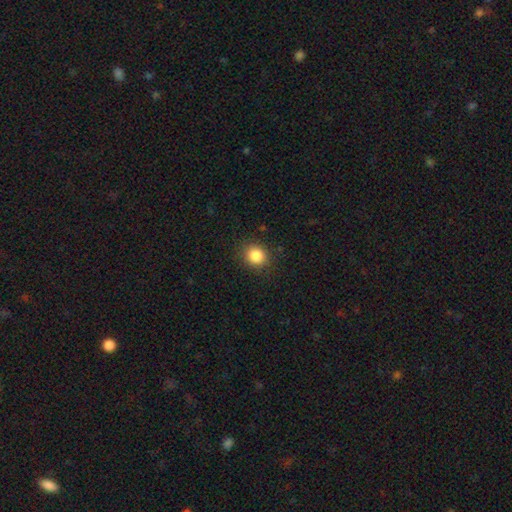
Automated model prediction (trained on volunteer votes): smooth 85%, star or artifact 11%, featured or disk 4%. Down the decision tree: how rounded — round (81%); merging — none (88%).